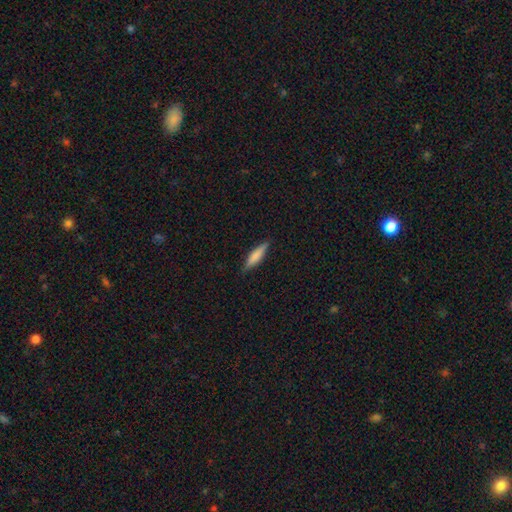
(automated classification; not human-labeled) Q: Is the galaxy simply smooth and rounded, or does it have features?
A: smooth — 67%.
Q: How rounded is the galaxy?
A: cigar-shaped — 77%.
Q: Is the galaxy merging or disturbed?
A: none — 85%.